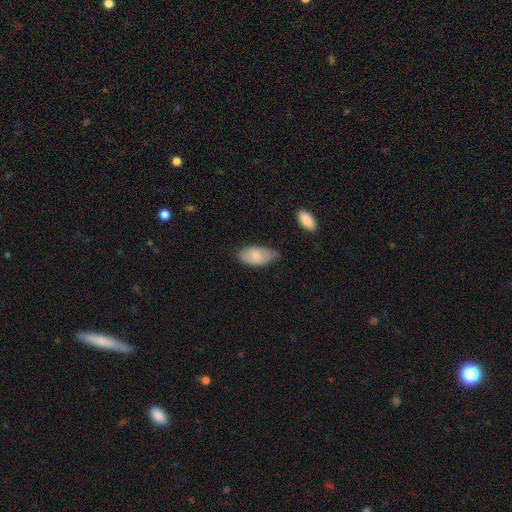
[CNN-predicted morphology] smooth-or-featured: smooth: 76% | featured or disk: 18% | star or artifact: 6%
  how-rounded: in between: 94% | round: 3% | cigar-shaped: 3%
  merging: none: 55% | minor disturbance: 36% | major disturbance: 7% | merger: 2%